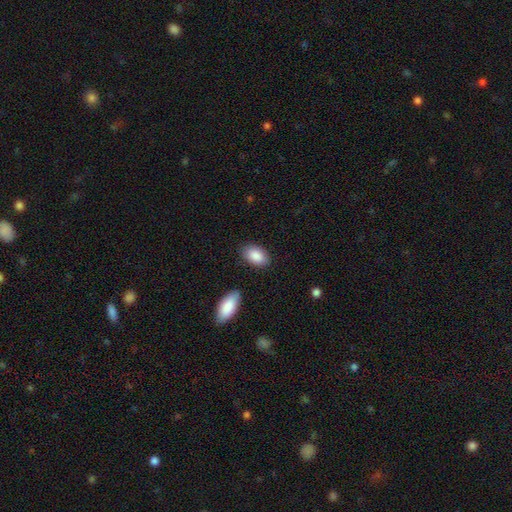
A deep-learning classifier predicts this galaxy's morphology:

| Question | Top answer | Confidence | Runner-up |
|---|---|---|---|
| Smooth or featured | smooth | 88% | star or artifact (6%) |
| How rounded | in between | 93% | round (6%) |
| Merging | none | 84% | minor disturbance (11%) |